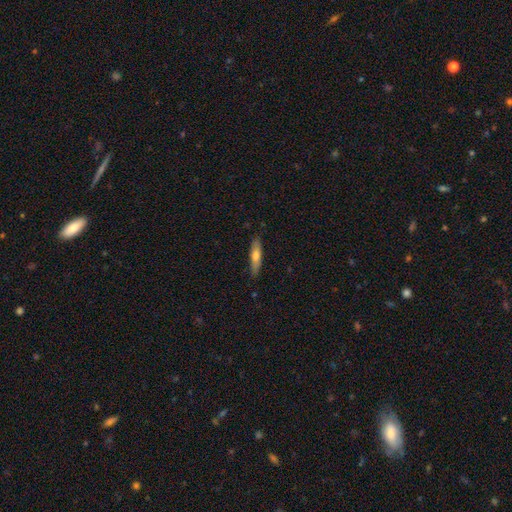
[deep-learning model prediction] A smooth galaxy with no disk features (61%) that is cigar-shaped (76%).

Vote fractions:
- Smooth or featured? smooth: 61% / featured or disk: 33% / star or artifact: 6%
- How rounded? cigar-shaped: 76% / in between: 23% / round: 2%
- Merging? none: 84% / minor disturbance: 12% / major disturbance: 2% / merger: 1%